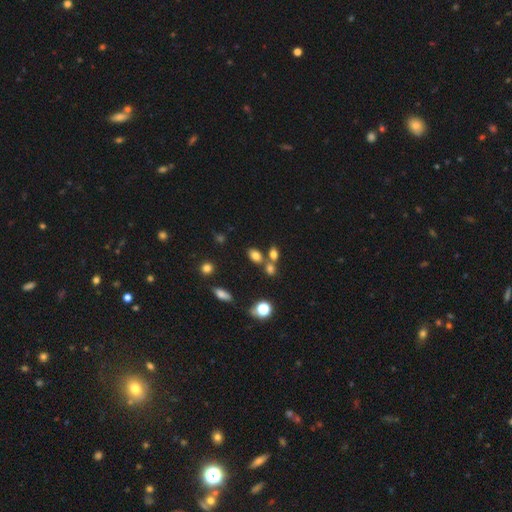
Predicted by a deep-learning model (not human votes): A smooth galaxy with no disk features (74%) that is in between round and cigar-shaped (81%). Merging: none (54%).